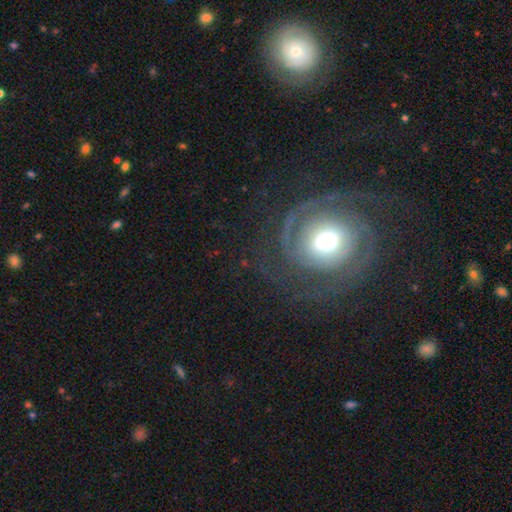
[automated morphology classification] type=featured or disk (84%); edge-on=no (98%); bar=no (64%); spiral arms=yes (95%); winding=tight (67%); arm count=2 (66%); bulge=moderate (58%); merging=none (80%).